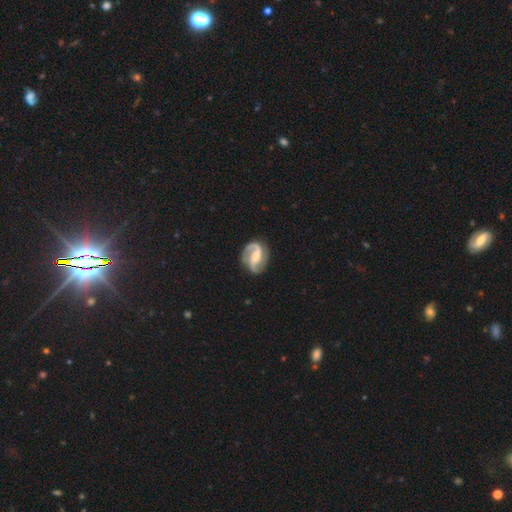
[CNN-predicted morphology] The model was most divided on "bar": weak: 43%, strong: 32%, no: 26%. More confident: edge-on disk — no (98%); spiral arms — yes (97%); spiral arm count — 2 (90%); smooth or featured — featured or disk (89%); merging — none (78%); spiral winding — medium (51%); bulge size — moderate (50%).